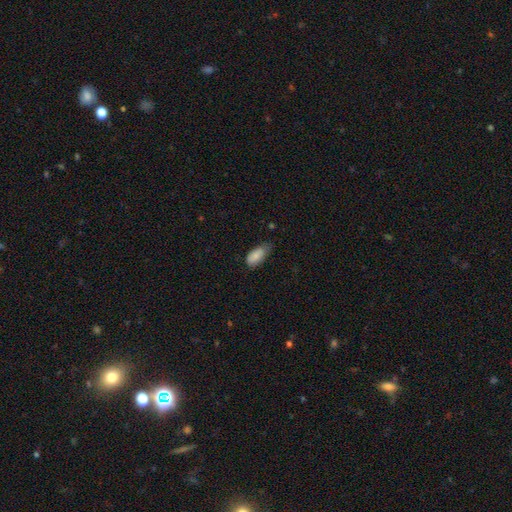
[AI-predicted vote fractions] Q: Smooth or featured?
A: smooth (84%); runner-up: featured or disk (9%)
Q: How rounded?
A: in between (91%); runner-up: cigar-shaped (7%)
Q: Merging?
A: none (47%); runner-up: minor disturbance (43%)